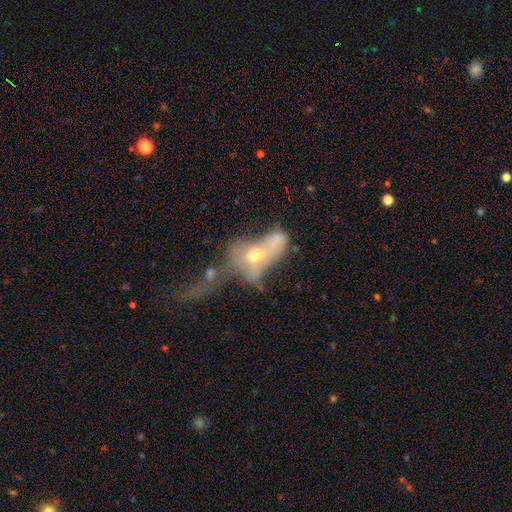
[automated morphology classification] smooth_or_featured: featured or disk (p=0.45) [alt: smooth p=0.43]
merging: merger (p=0.54) [alt: major disturbance p=0.30]